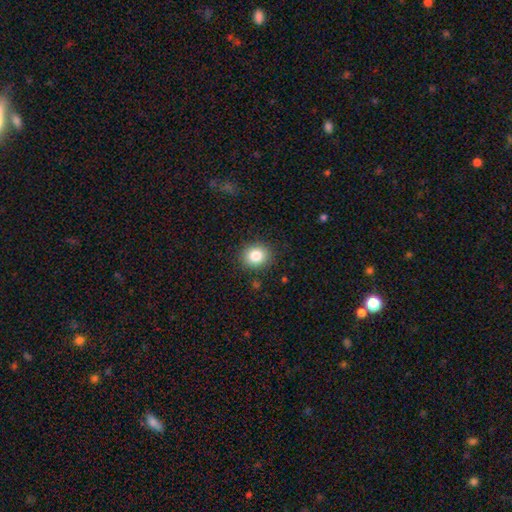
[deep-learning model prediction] smooth-or-featured: smooth: 83% | star or artifact: 10% | featured or disk: 6%
  how-rounded: round: 72% | in between: 28% | cigar-shaped: 1%
  merging: none: 88% | minor disturbance: 8% | major disturbance: 3% | merger: 1%